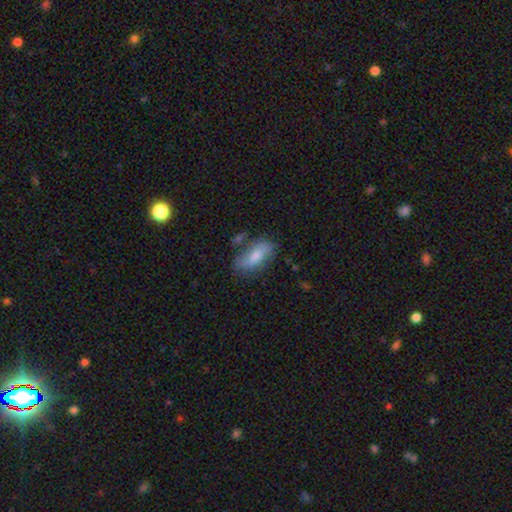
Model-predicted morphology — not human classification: The model was most divided on "merging": none: 62%, minor disturbance: 23%, merger: 8%, major disturbance: 7%. More confident: how rounded — in between (82%); smooth or featured — smooth (67%).